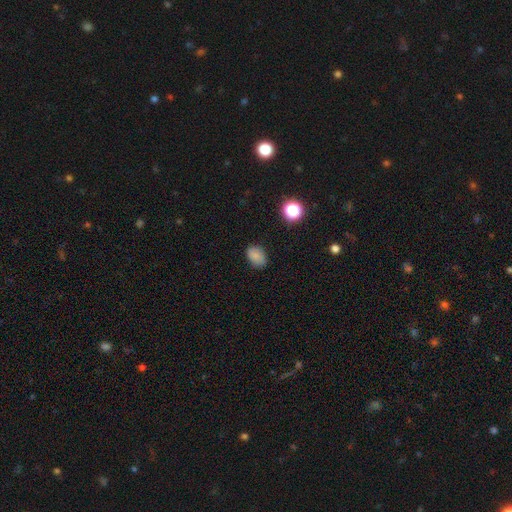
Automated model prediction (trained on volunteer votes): Smooth or featured: smooth — 82% (star or artifact — 12%)
How rounded: in between — 75% (round — 24%)
Merging: none — 80% (minor disturbance — 15%)